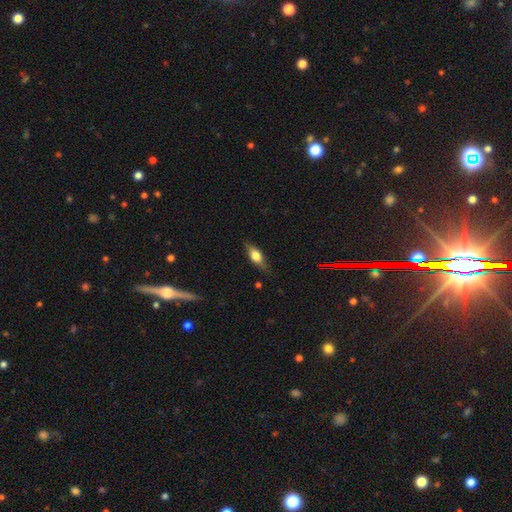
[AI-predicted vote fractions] This appears to be a smooth galaxy with no disk features (55%) that is in between round and cigar-shaped (65%). Merging: none (77%).